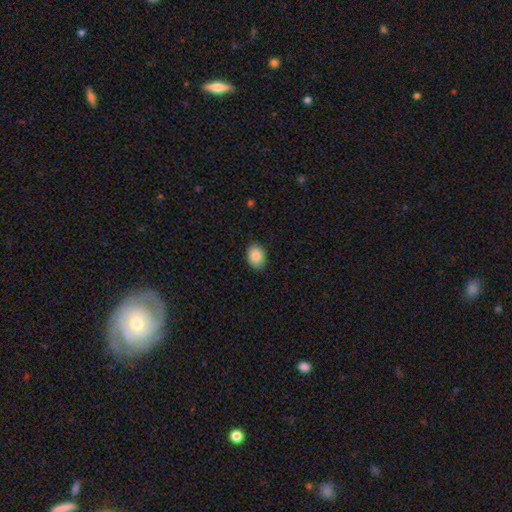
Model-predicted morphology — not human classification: Smooth or featured?
  - smooth: 87% *
  - star or artifact: 8%
  - featured or disk: 5%
How rounded?
  - in between: 68% *
  - round: 31%
  - cigar-shaped: 1%
Merging?
  - none: 86% *
  - minor disturbance: 11%
  - major disturbance: 2%
  - merger: 1%